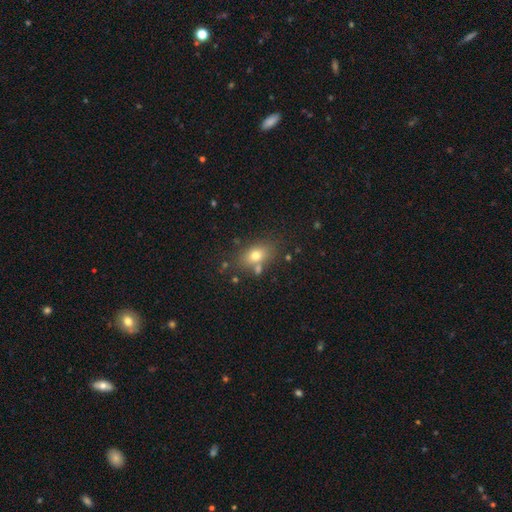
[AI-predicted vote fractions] This is likely a smooth galaxy (73%). How rounded: likely in between (75%). Merging: likely none (70%).